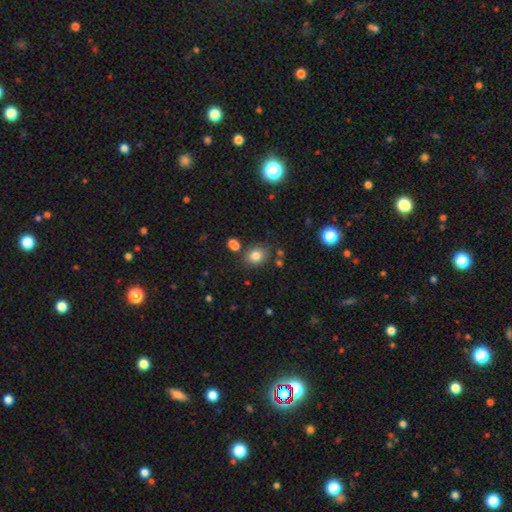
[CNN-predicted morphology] Q: Smooth or featured?
A: smooth (81%); runner-up: star or artifact (12%)
Q: How rounded?
A: round (58%); runner-up: in between (41%)
Q: Merging?
A: none (78%); runner-up: minor disturbance (11%)